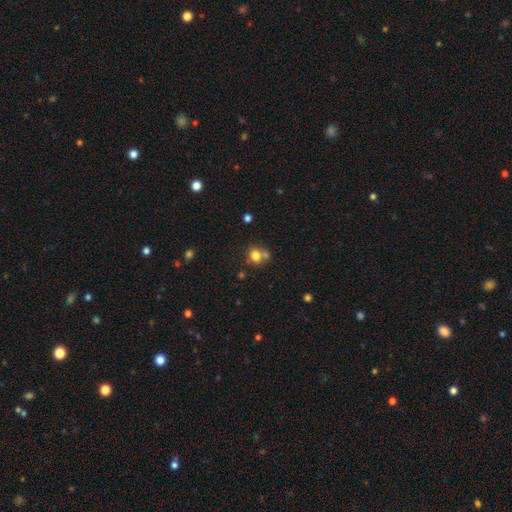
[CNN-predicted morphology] The model was most divided on "merging": none: 51%, merger: 33%, minor disturbance: 12%, major disturbance: 5%. More confident: smooth or featured — smooth (77%); how rounded — round (75%).